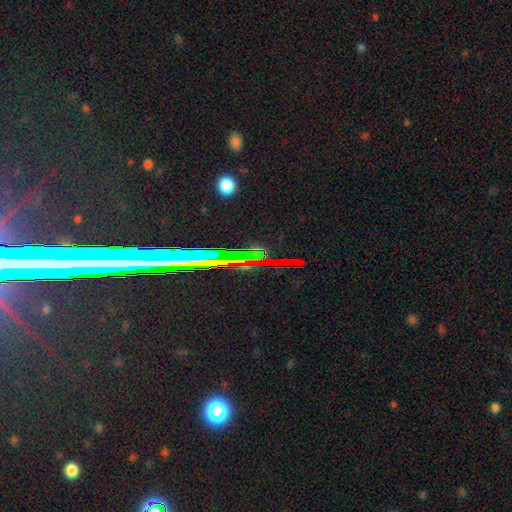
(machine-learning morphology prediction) Q: Smooth or featured?
A: star or artifact (72%); runner-up: featured or disk (16%)